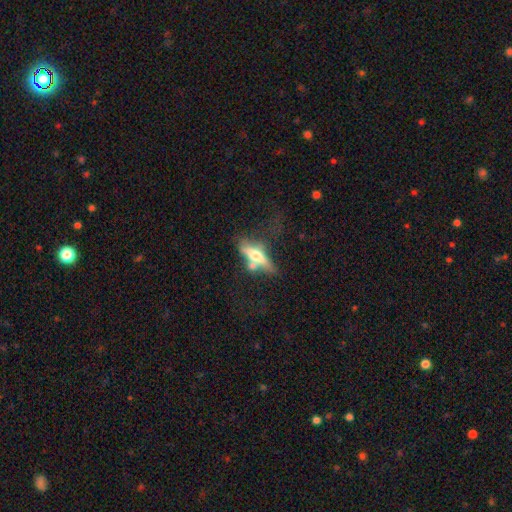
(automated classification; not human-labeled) This appears to be a featured or disk galaxy (51%) viewed edge-on (78%). Merging: none (36%).